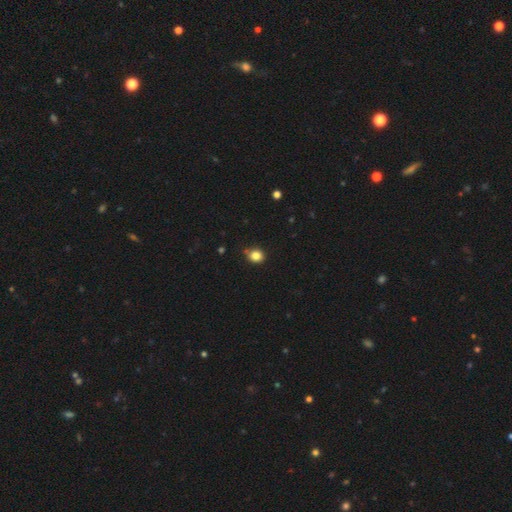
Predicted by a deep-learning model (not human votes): Smooth or featured?
  - smooth: 83% *
  - star or artifact: 12%
  - featured or disk: 5%
How rounded?
  - round: 74% *
  - in between: 25%
  - cigar-shaped: 1%
Merging?
  - none: 73% *
  - minor disturbance: 20%
  - major disturbance: 3%
  - merger: 3%